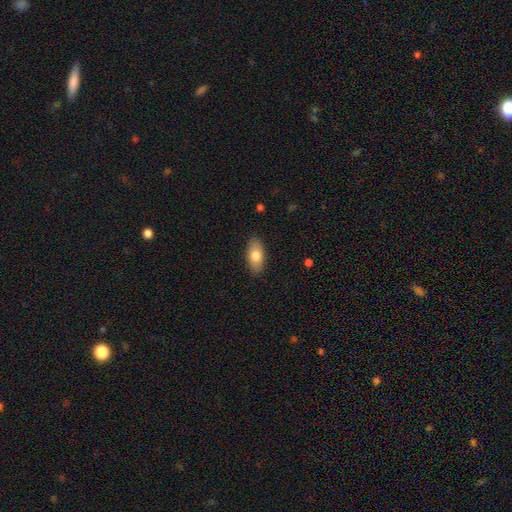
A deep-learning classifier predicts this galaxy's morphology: A smooth galaxy with no disk features (76%) that is in between round and cigar-shaped (88%). Merging: none (88%).